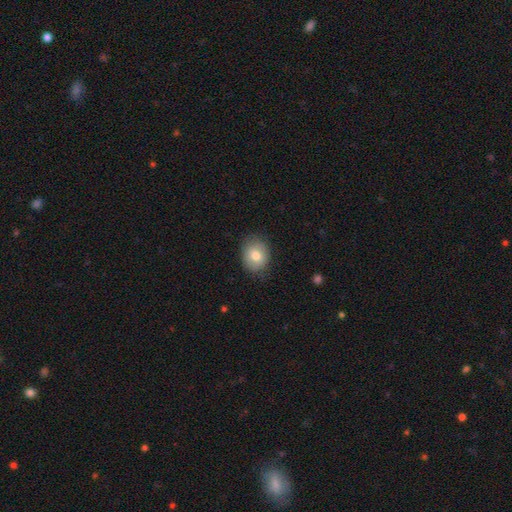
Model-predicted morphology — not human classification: Smooth or featured? Predicted: smooth (p=0.76). How rounded? Predicted: round (p=0.54). Merging? Predicted: none (p=0.78).